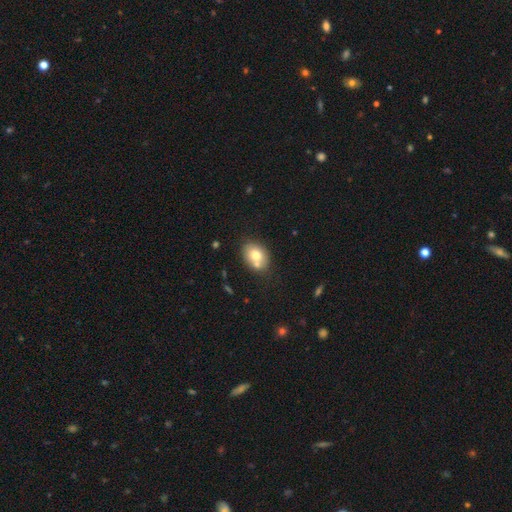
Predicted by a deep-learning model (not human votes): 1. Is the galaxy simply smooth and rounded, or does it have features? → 74% smooth, 17% featured or disk, 9% star or artifact.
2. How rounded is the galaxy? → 66% in between, 33% round, 1% cigar-shaped.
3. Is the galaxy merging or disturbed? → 58% none, 23% merger, 15% minor disturbance, 4% major disturbance.